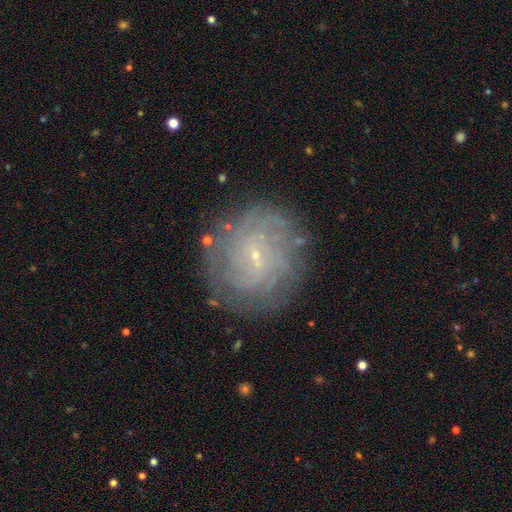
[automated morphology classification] Q: Smooth or featured?
A: featured or disk (78%); runner-up: smooth (13%)
Q: Edge-on disk?
A: no (97%); runner-up: yes (3%)
Q: Bar?
A: no (46%); runner-up: weak (44%)
Q: Spiral arms?
A: yes (92%); runner-up: no (8%)
Q: Spiral winding?
A: tight (68%); runner-up: medium (25%)
Q: Spiral arm count?
A: can't tell (39%); runner-up: 4 (19%)
Q: Bulge size?
A: small (88%); runner-up: moderate (6%)
Q: Merging?
A: none (82%); runner-up: minor disturbance (12%)